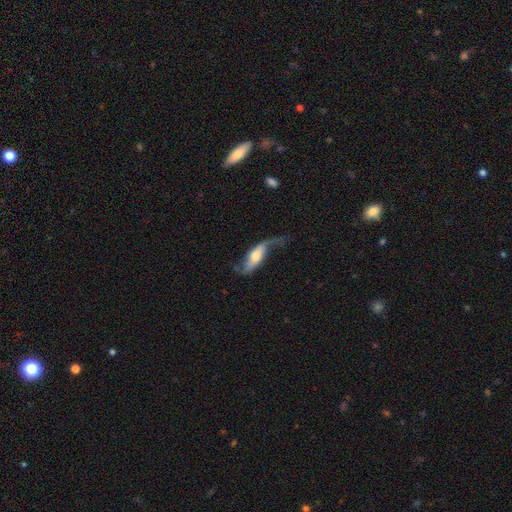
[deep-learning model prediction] Overall: featured or disk (66%; smooth 27%). Edge-on disk: no (76%). Bar: no (50%; weak 31%). Spiral arms: yes (88%). Bulge size: moderate (56%; large 19%). Merging: none (45%; minor disturbance 26%).